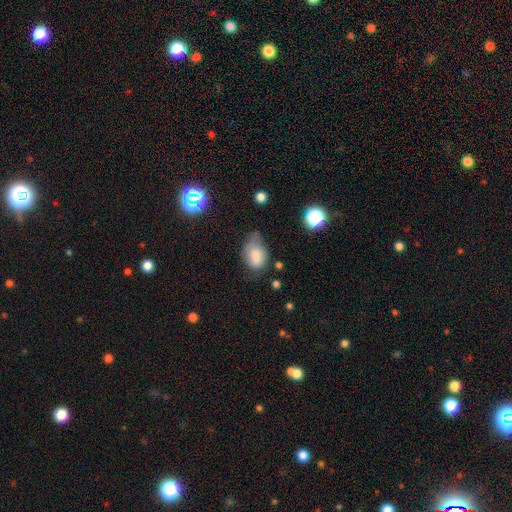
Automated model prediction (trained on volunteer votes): smooth-or-featured: smooth: 75% | featured or disk: 15% | star or artifact: 10%
  how-rounded: in between: 83% | round: 16% | cigar-shaped: 2%
  merging: minor disturbance: 42% | none: 29% | major disturbance: 24% | merger: 4%